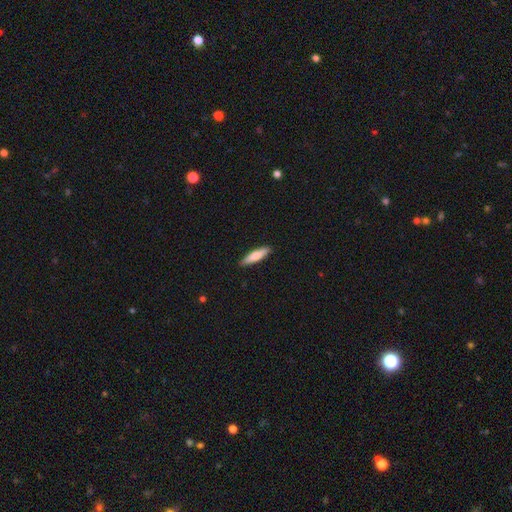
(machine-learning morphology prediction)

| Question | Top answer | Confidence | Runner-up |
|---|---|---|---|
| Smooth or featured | smooth | 73% | featured or disk (22%) |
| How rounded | cigar-shaped | 77% | in between (22%) |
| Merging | none | 90% | minor disturbance (8%) |